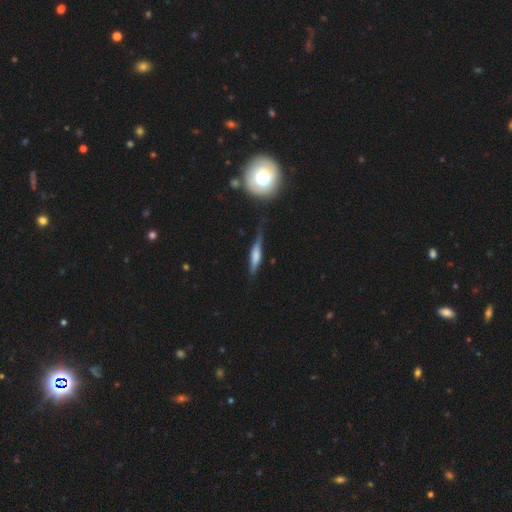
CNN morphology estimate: Smooth or featured?
  - featured or disk: 52% *
  - smooth: 40%
  - star or artifact: 8%
Edge-on disk?
  - yes: 91% *
  - no: 9%
Merging?
  - none: 61% *
  - minor disturbance: 25%
  - major disturbance: 9%
  - merger: 4%